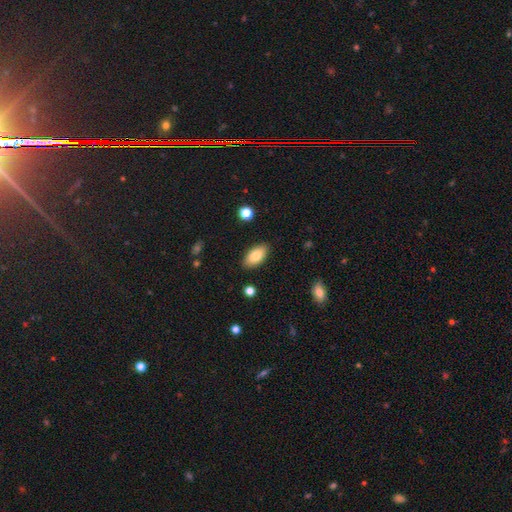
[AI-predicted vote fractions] Overall: smooth (82%). How rounded: in between (91%). Merging: none (88%).